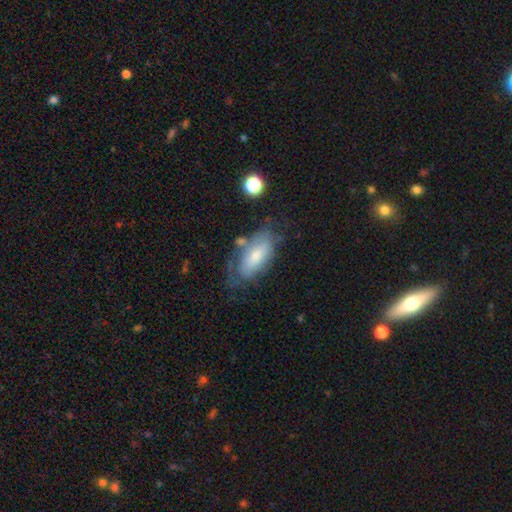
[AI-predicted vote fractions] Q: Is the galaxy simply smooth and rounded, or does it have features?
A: smooth — 59%.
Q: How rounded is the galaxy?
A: in between — 87%.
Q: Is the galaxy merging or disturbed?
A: none — 50%.